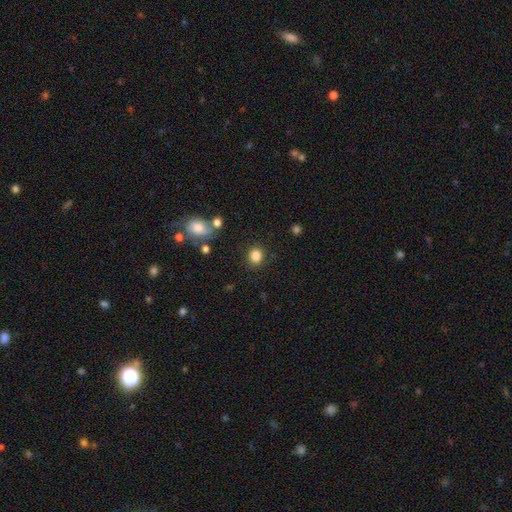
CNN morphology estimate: This is clearly a smooth galaxy (85%). How rounded: likely round (68%). Merging: clearly none (85%).